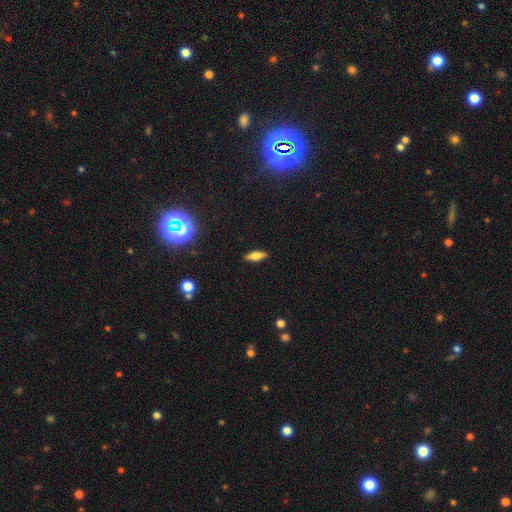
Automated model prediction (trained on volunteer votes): smooth-or-featured: smooth: 60% | featured or disk: 29% | star or artifact: 10%
  how-rounded: in between: 59% | cigar-shaped: 37% | round: 3%
  merging: none: 88% | minor disturbance: 9% | major disturbance: 2% | merger: 1%